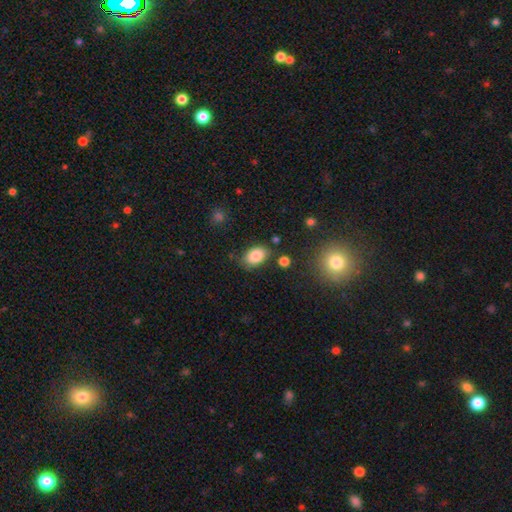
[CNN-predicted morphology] A smooth galaxy with no disk features (84%) that is in between round and cigar-shaped (85%).

Vote fractions:
- Smooth or featured? smooth: 84% / star or artifact: 9% / featured or disk: 7%
- How rounded? in between: 85% / round: 14% / cigar-shaped: 1%
- Merging? none: 76% / minor disturbance: 16% / merger: 4% / major disturbance: 4%